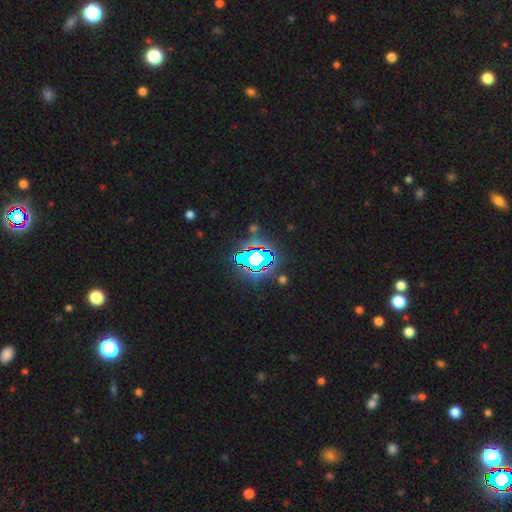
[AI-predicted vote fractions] Q: Smooth or featured?
A: star or artifact (70%); runner-up: smooth (16%)